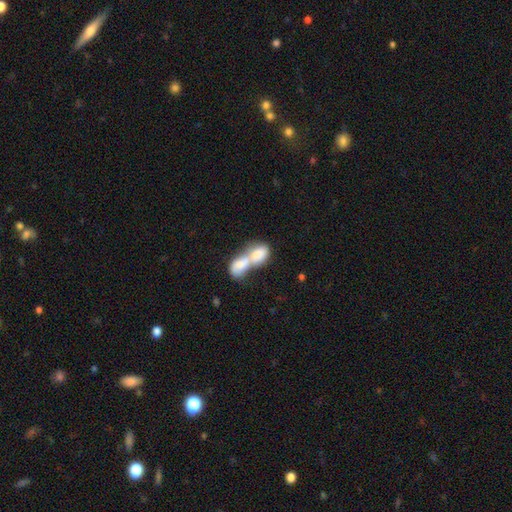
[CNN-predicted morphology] Smooth or featured? Predicted: smooth (p=0.74). How rounded? Predicted: in between (p=0.79). Merging? Predicted: merger (p=0.84).